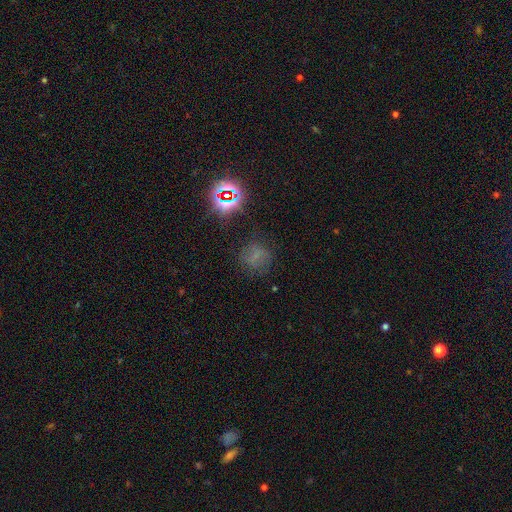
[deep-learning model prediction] A smooth galaxy with no disk features (51%) that is round (81%). Merging: none (71%).